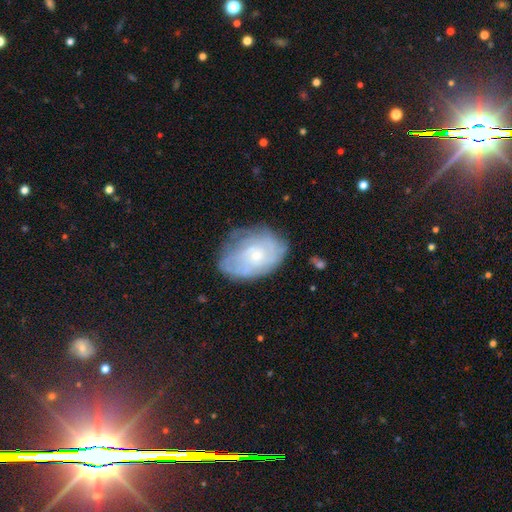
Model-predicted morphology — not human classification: type=featured or disk (63%); edge-on=no (96%); bar=no (81%); spiral arms=yes (76%); bulge=small (69%); merging=none (64%).